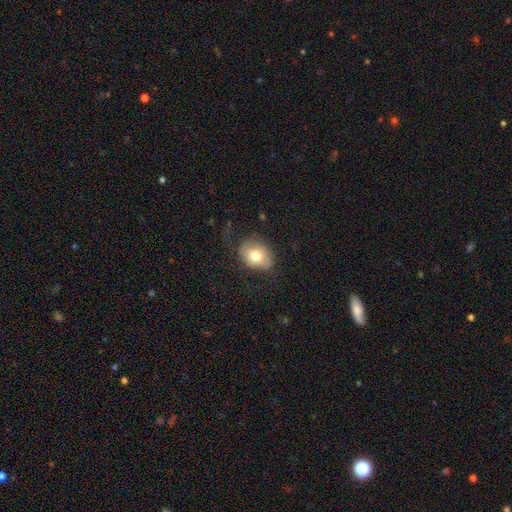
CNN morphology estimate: Smooth or featured? smooth (74%)
How rounded? in between (55%)
Merging? none (65%)